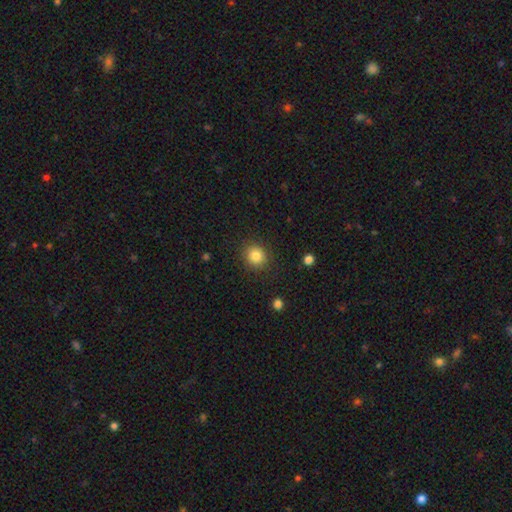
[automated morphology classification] A smooth galaxy with no disk features (84%) that is round (85%).

Vote fractions:
- Smooth or featured? smooth: 84% / star or artifact: 10% / featured or disk: 5%
- How rounded? round: 85% / in between: 14% / cigar-shaped: 1%
- Merging? none: 88% / minor disturbance: 8% / major disturbance: 3% / merger: 1%